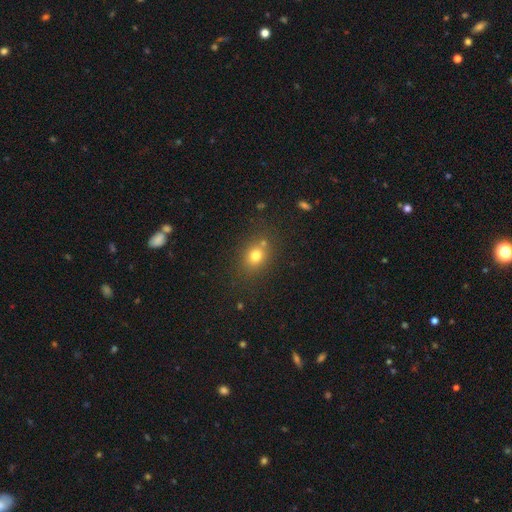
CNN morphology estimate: smooth-or-featured: smooth: 75% | star or artifact: 15% | featured or disk: 10%
  how-rounded: round: 55% | in between: 44% | cigar-shaped: 1%
  merging: none: 74% | minor disturbance: 13% | merger: 9% | major disturbance: 4%